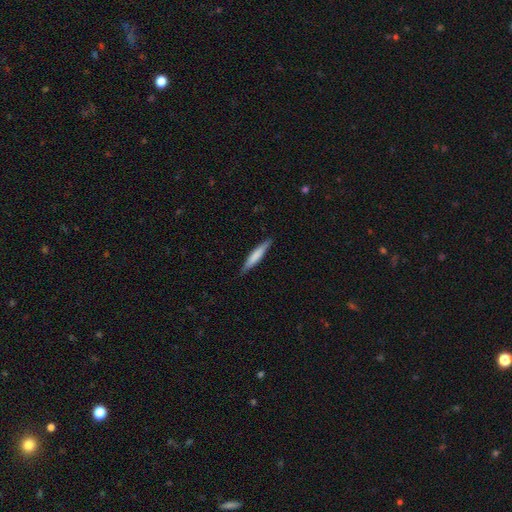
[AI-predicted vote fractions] The model was most divided on "smooth or featured": smooth: 70%, featured or disk: 25%, star or artifact: 5%. More confident: how rounded — cigar-shaped (92%); merging — none (88%).